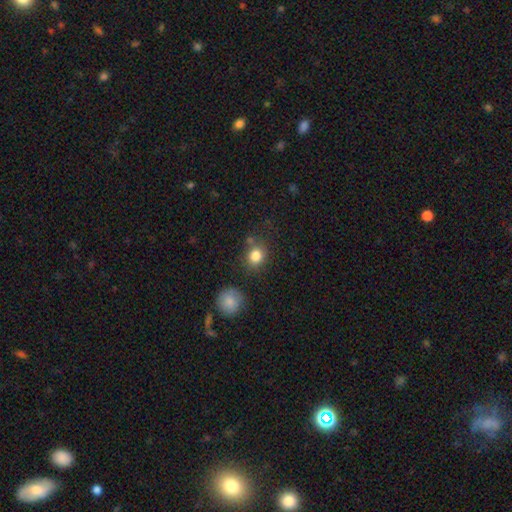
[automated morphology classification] Smooth or featured? smooth (83%)
How rounded? round (75%)
Merging? none (74%)